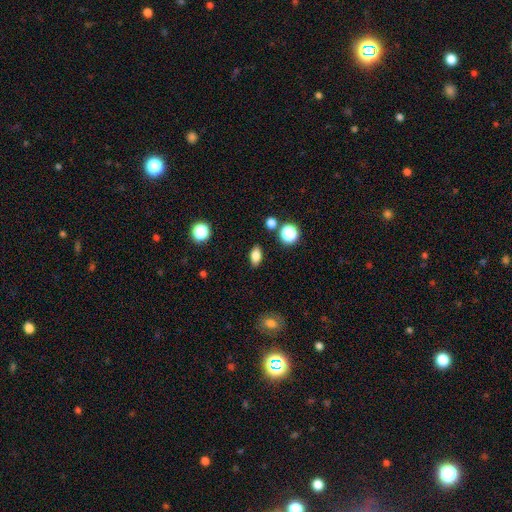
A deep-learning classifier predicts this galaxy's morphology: type=smooth (80%); roundness=in between (84%); merging=none (87%).